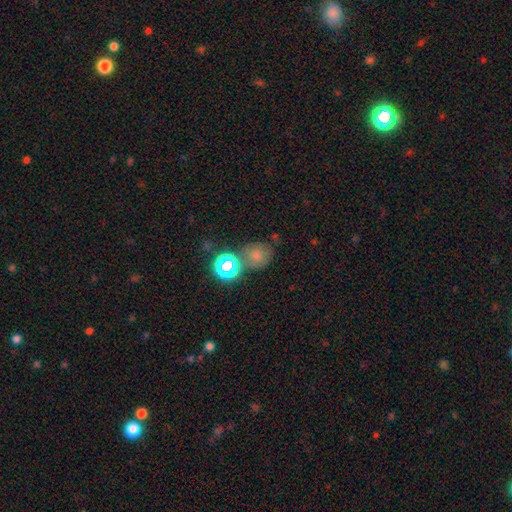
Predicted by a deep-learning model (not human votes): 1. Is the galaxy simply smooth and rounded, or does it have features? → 65% smooth, 24% star or artifact, 11% featured or disk.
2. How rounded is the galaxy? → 73% round, 26% in between, 1% cigar-shaped.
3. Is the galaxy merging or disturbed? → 60% none, 17% merger, 16% minor disturbance, 6% major disturbance.